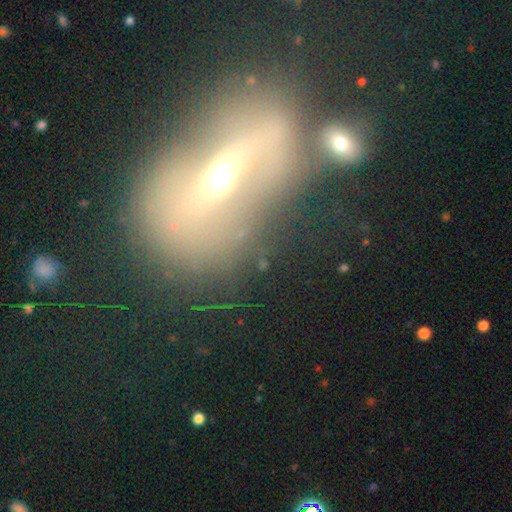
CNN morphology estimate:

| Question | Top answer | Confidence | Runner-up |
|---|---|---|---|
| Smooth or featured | featured or disk | 50% | smooth (33%) |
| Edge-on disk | no | 76% | yes (24%) |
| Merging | none | 40% | merger (25%) |